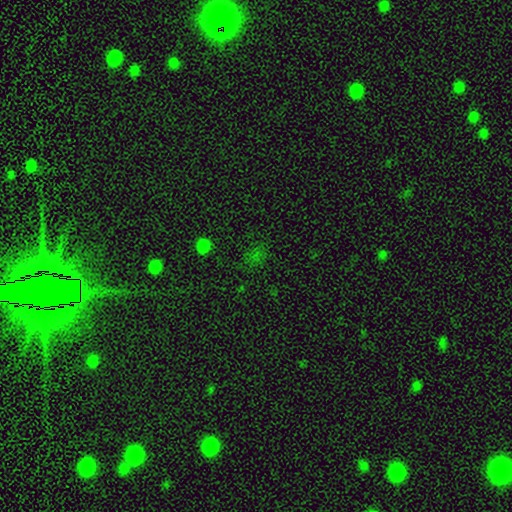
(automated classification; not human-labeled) Morphology: type=star or artifact (51%).